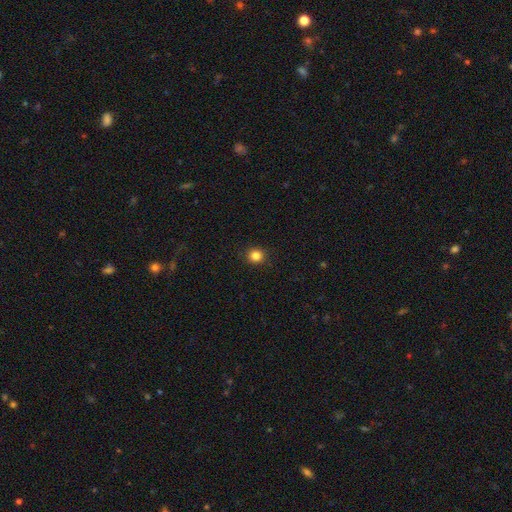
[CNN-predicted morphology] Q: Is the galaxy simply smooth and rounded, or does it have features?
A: smooth — 84%.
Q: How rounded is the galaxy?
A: round — 89%.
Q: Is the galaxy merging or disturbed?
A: none — 91%.